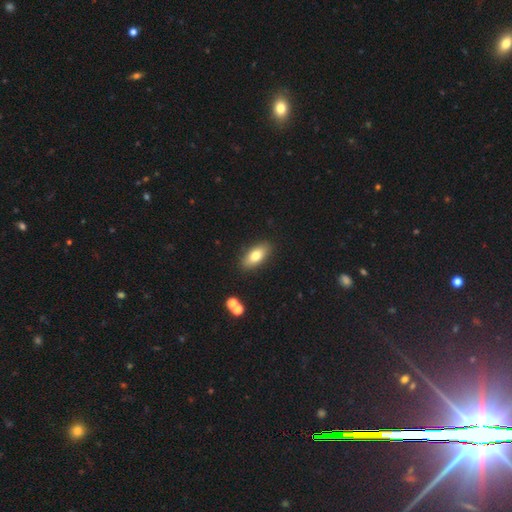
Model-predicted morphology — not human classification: The model was most divided on "smooth or featured": smooth: 75%, featured or disk: 17%, star or artifact: 8%. More confident: merging — none (87%); how rounded — in between (85%).